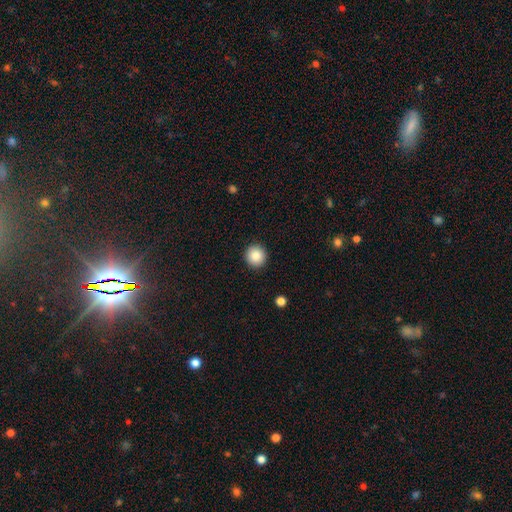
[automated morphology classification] smooth 86%, star or artifact 9%, featured or disk 5%. Down the decision tree: how rounded — round (94%); merging — none (92%).